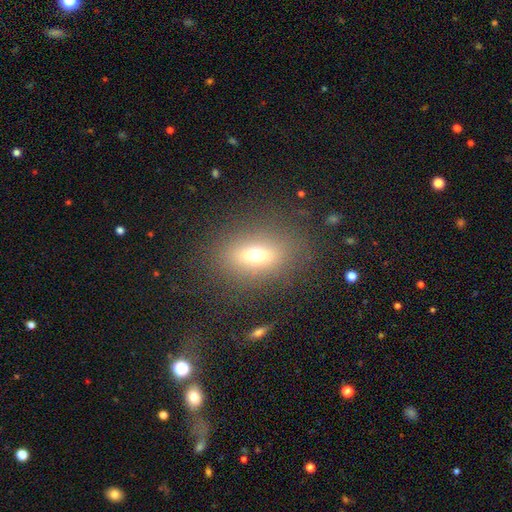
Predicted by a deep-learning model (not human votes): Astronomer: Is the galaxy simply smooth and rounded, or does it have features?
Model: smooth — 63%.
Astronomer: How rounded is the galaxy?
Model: in between — 64%.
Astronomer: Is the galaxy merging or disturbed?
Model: none — 81%.